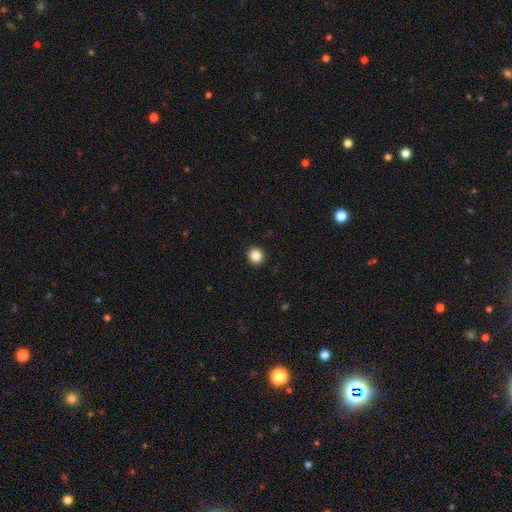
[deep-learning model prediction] smooth 86%, star or artifact 10%, featured or disk 4%. Down the decision tree: how rounded — round (91%); merging — none (93%).